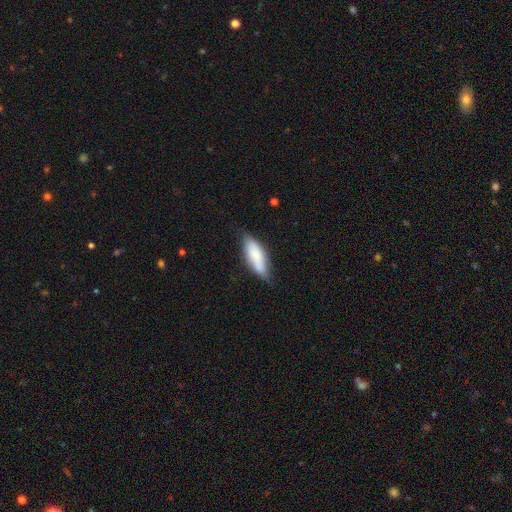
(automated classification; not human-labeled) Smooth or featured? Predicted: smooth (p=0.79). How rounded? Predicted: in between (p=0.64). Merging? Predicted: none (p=0.64).